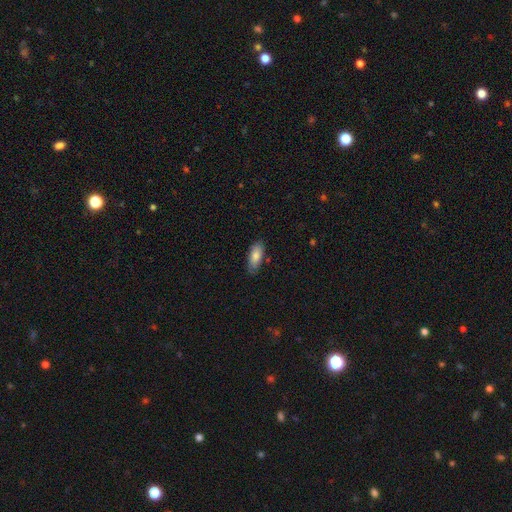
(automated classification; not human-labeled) This appears to be a smooth galaxy with no disk features (80%) that is in between round and cigar-shaped (82%). Merging: none (79%).